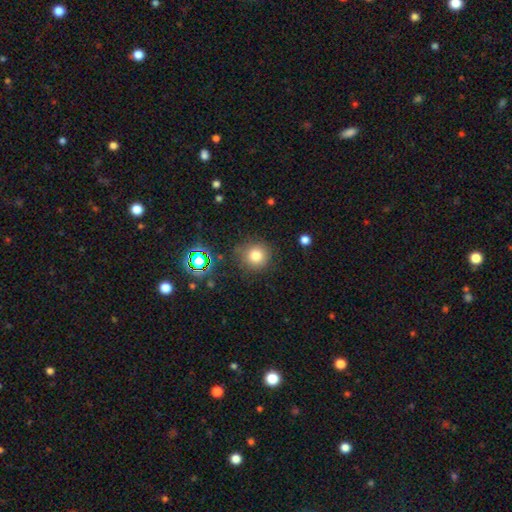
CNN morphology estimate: Smooth or featured? smooth (76%)
How rounded? round (91%)
Merging? none (83%)